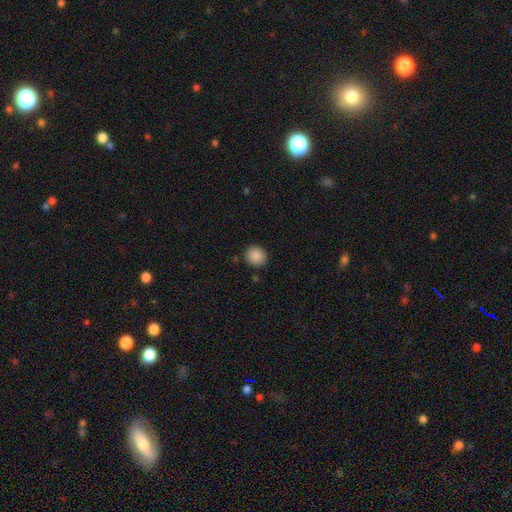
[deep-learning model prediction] A smooth galaxy with no disk features (88%) that is round (83%).

Vote fractions:
- Smooth or featured? smooth: 88% / star or artifact: 9% / featured or disk: 3%
- How rounded? round: 83% / in between: 16% / cigar-shaped: 1%
- Merging? none: 89% / minor disturbance: 8% / major disturbance: 2% / merger: 2%